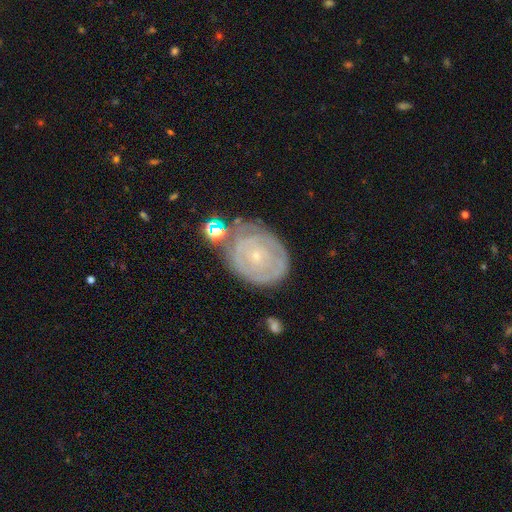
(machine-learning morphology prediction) Q: Smooth or featured?
A: featured or disk (73%); runner-up: smooth (20%)
Q: Edge-on disk?
A: no (97%); runner-up: yes (3%)
Q: Bar?
A: no (85%); runner-up: weak (12%)
Q: Spiral arms?
A: yes (77%); runner-up: no (23%)
Q: Spiral winding?
A: tight (82%); runner-up: medium (13%)
Q: Spiral arm count?
A: can't tell (56%); runner-up: 2 (16%)
Q: Bulge size?
A: small (87%); runner-up: moderate (9%)
Q: Merging?
A: none (65%); runner-up: minor disturbance (21%)